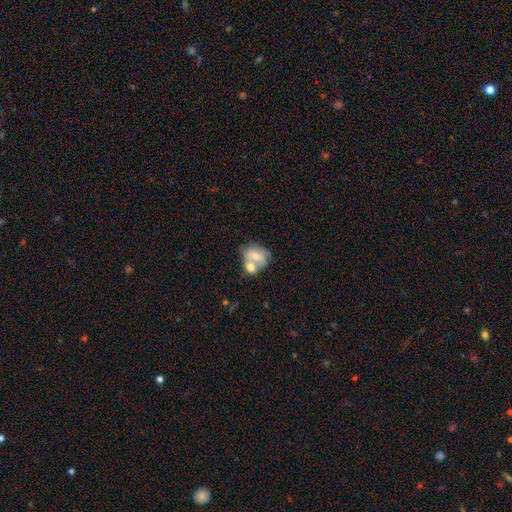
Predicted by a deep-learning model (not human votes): smooth-or-featured: smooth: 60% | featured or disk: 32% | star or artifact: 8%
  how-rounded: in between: 50% | round: 49% | cigar-shaped: 1%
  merging: merger: 56% | none: 27% | minor disturbance: 12% | major disturbance: 6%